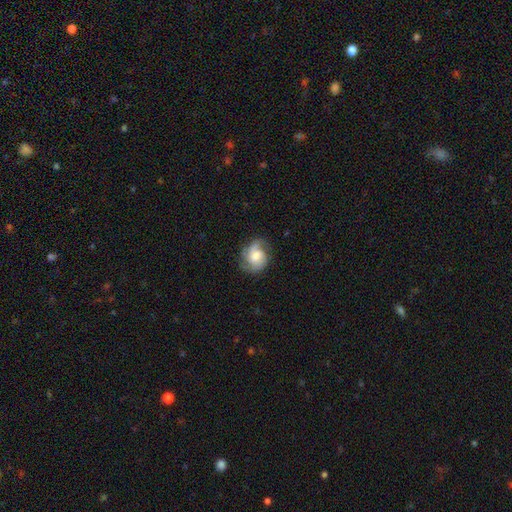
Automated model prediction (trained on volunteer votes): This is likely a featured or disk galaxy (65%). It is clearly not viewed edge-on (98%). Bar: likely no (62%). Spiral arm pattern: clearly yes (93%). Spiral arm count: possibly 2 (49%). Spiral winding: marginally medium (45%). Central bulge: possibly moderate (48%). Merging: likely none (68%).